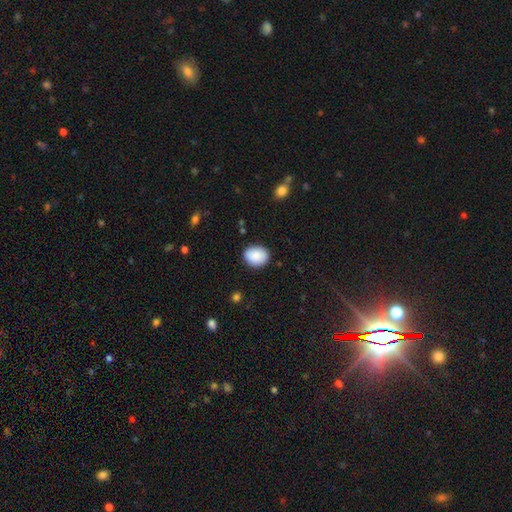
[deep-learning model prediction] Smooth or featured? smooth (89%)
How rounded? in between (52%)
Merging? none (87%)